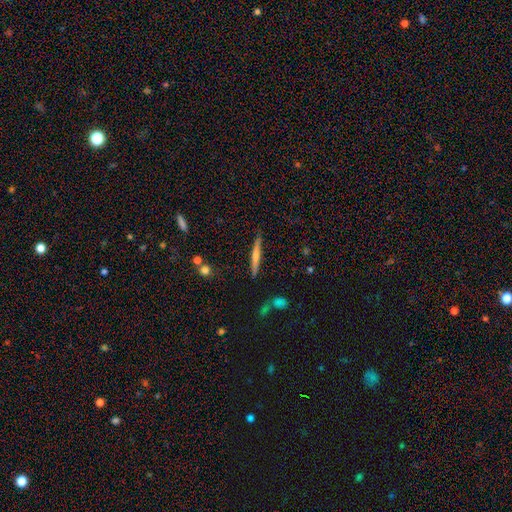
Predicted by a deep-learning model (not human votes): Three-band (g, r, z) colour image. It shows a featured or disk galaxy (61%) viewed edge-on (97%) with a rounded central bulge (68%). Merging: none (87%).